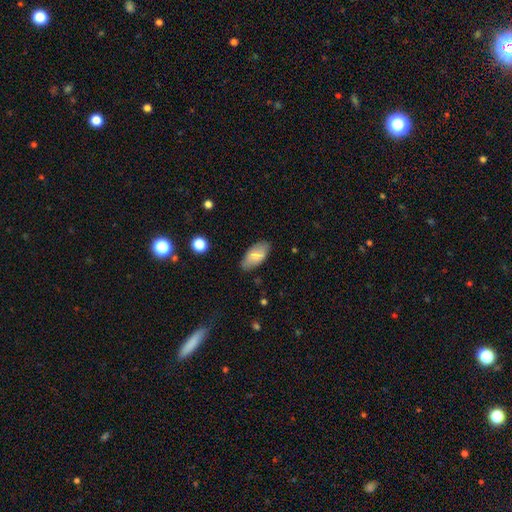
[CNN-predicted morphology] Smooth or featured: smooth — 73% (featured or disk — 21%)
How rounded: in between — 92% (cigar-shaped — 5%)
Merging: none — 80% (minor disturbance — 15%)